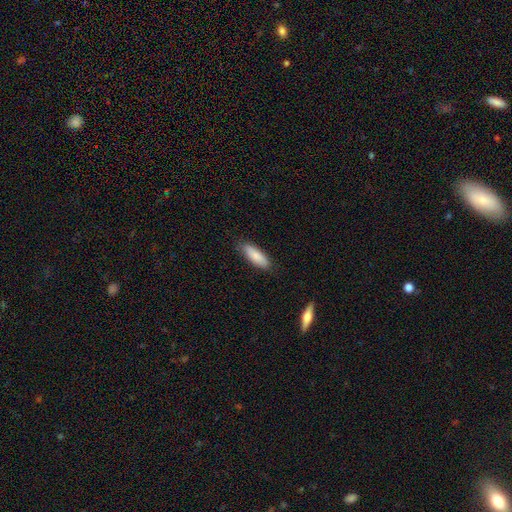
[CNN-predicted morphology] Smooth or featured? smooth (83%)
How rounded? in between (63%)
Merging? none (83%)